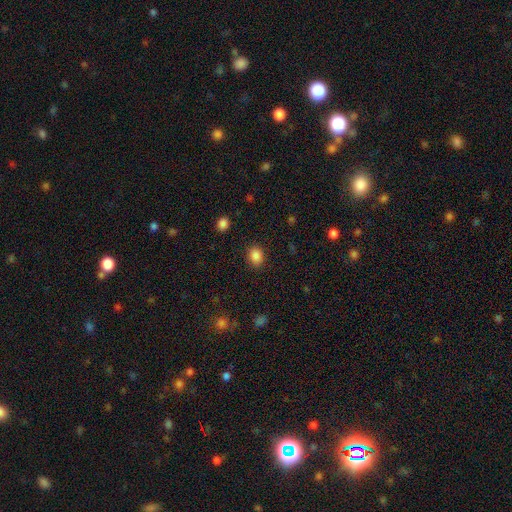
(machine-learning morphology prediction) Smooth or featured: smooth — 86% (star or artifact — 10%)
How rounded: in between — 52% (round — 47%)
Merging: none — 88% (minor disturbance — 8%)